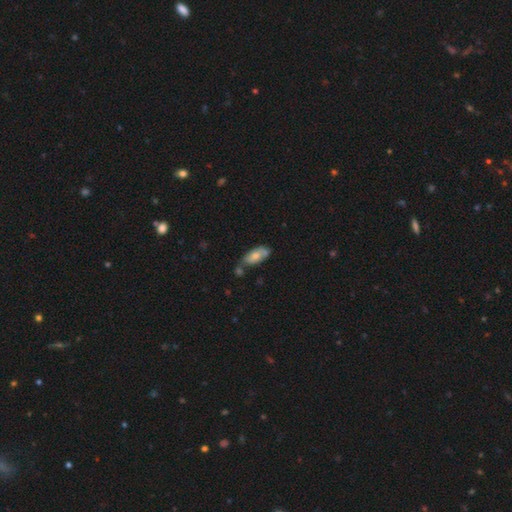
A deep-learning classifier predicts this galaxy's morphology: smooth_or_featured: smooth (p=0.62) [alt: featured or disk p=0.31]
how_rounded: in between (p=0.85) [alt: cigar-shaped p=0.12]
merging: none (p=0.51) [alt: minor disturbance p=0.25]